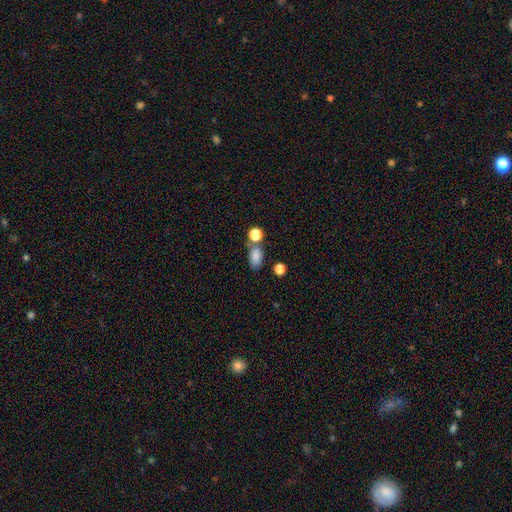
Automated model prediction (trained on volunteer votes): The model was most divided on "merging": none: 58%, merger: 22%, minor disturbance: 15%, major disturbance: 6%. More confident: how rounded — in between (85%); smooth or featured — smooth (83%).